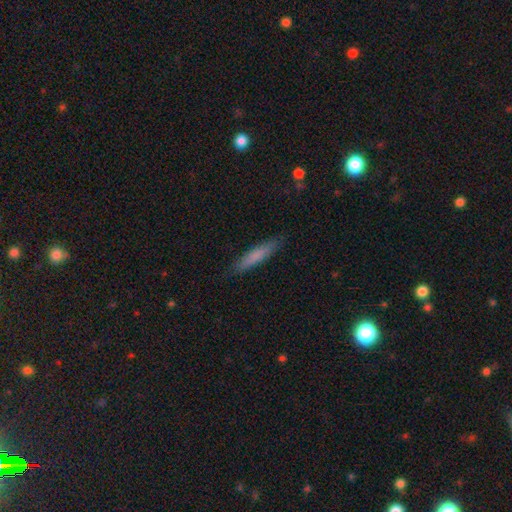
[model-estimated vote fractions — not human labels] smooth-or-featured: smooth: 76% | featured or disk: 18% | star or artifact: 6%
  how-rounded: cigar-shaped: 89% | in between: 10% | round: 1%
  merging: none: 87% | minor disturbance: 10% | major disturbance: 2% | merger: 1%